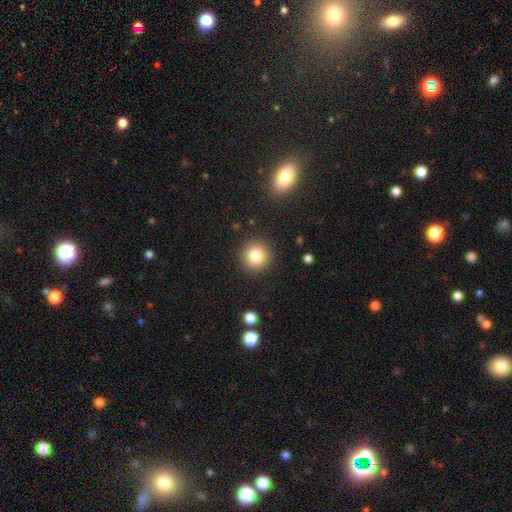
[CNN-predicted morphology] type=smooth (81%); roundness=round (94%); merging=none (91%).